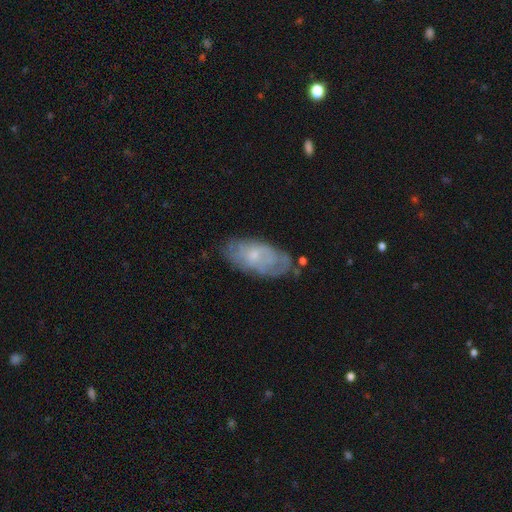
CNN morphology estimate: This appears to be a featured or disk galaxy (52%). Merging: none (63%).